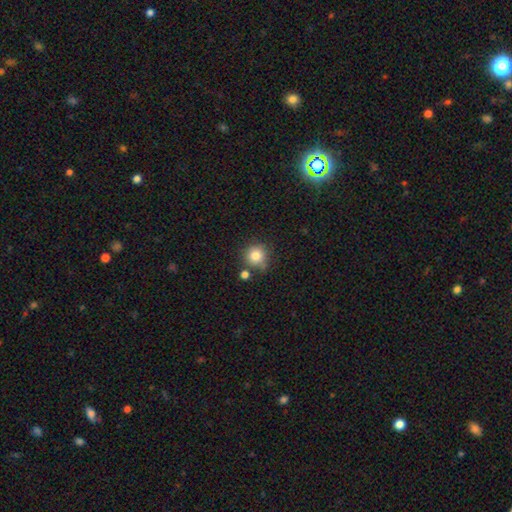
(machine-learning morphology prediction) Overall: smooth (83%). How rounded: round (92%). Merging: none (71%).